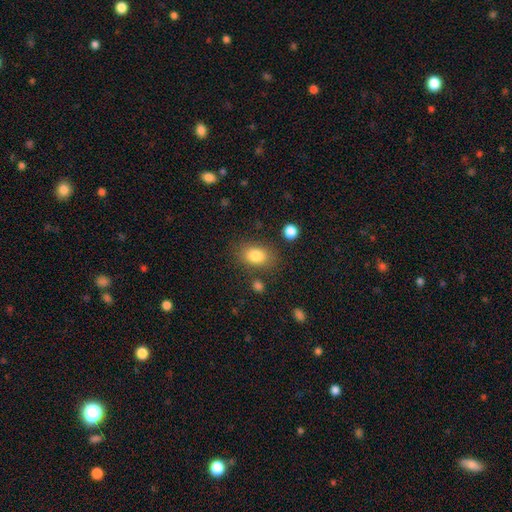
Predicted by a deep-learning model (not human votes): The model was most divided on "how rounded": in between: 80%, round: 19%, cigar-shaped: 1%. More confident: smooth or featured — smooth (83%); merging — none (77%).